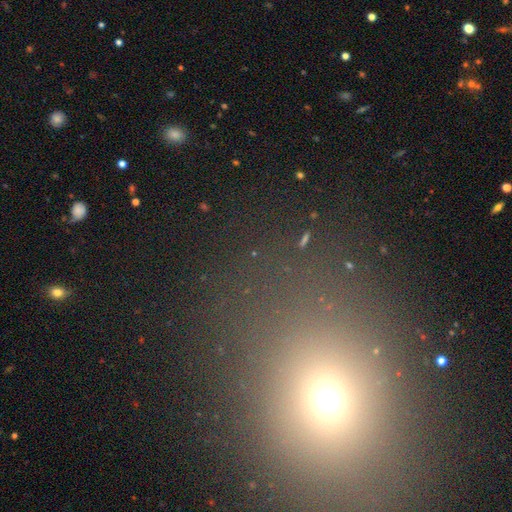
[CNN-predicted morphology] Smooth or featured? star or artifact (50%)